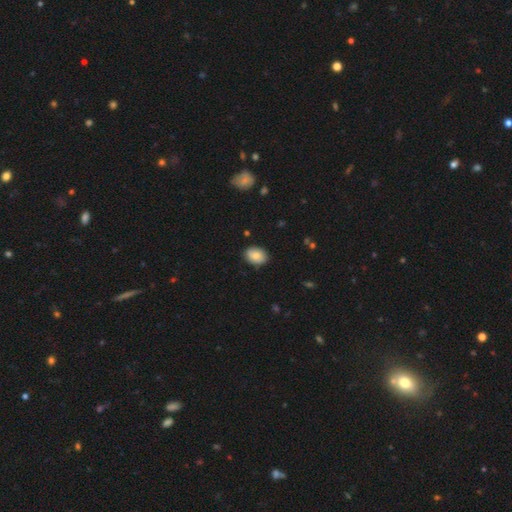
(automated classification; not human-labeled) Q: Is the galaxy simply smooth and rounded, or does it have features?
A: smooth — 80%.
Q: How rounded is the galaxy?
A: in between — 71%.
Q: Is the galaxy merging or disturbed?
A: none — 84%.